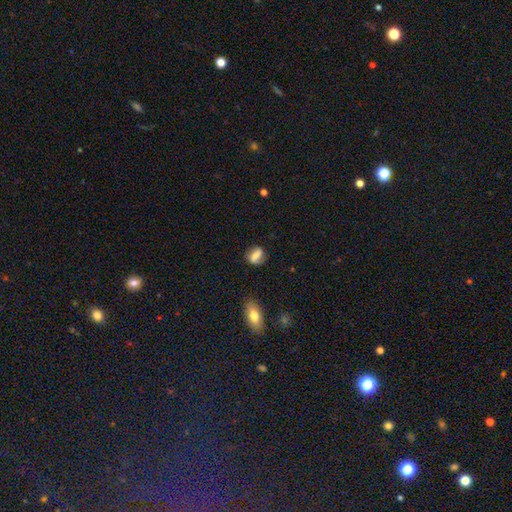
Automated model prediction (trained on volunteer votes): A smooth galaxy with no disk features (59%) that is in between round and cigar-shaped (61%).

Vote fractions:
- Smooth or featured? smooth: 59% / featured or disk: 31% / star or artifact: 10%
- How rounded? in between: 61% / round: 32% / cigar-shaped: 6%
- Merging? none: 71% / minor disturbance: 19% / major disturbance: 6% / merger: 4%